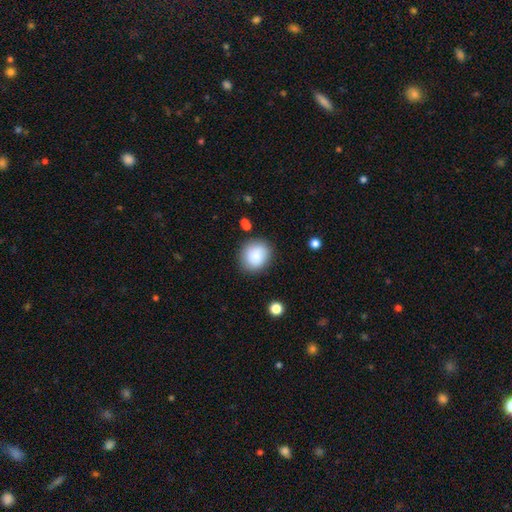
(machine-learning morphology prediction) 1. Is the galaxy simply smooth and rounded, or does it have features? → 87% smooth, 7% star or artifact, 6% featured or disk.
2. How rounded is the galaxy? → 78% round, 21% in between, 1% cigar-shaped.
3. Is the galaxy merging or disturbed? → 83% none, 11% minor disturbance, 3% major disturbance, 3% merger.